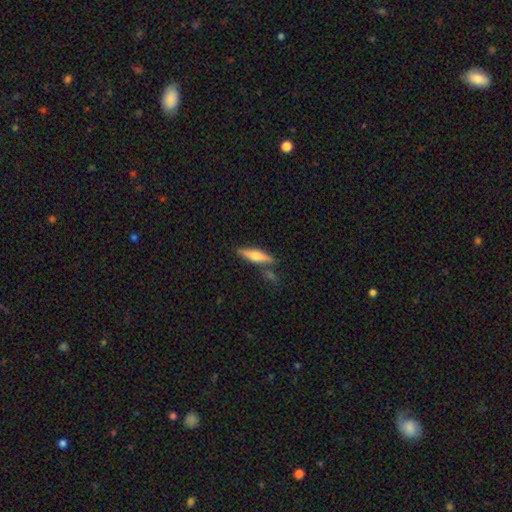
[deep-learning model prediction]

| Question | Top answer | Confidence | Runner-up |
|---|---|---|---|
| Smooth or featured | smooth | 50% | featured or disk (43%) |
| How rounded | cigar-shaped | 74% | in between (24%) |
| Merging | none | 76% | minor disturbance (13%) |